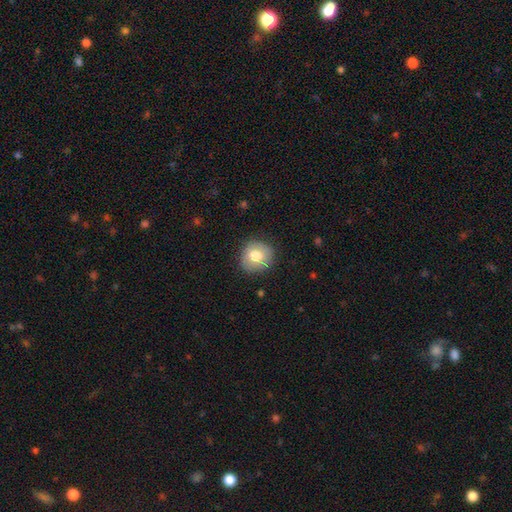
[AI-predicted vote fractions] smooth 75%, featured or disk 17%, star or artifact 8%. Down the decision tree: how rounded — round (83%); merging — none (82%).